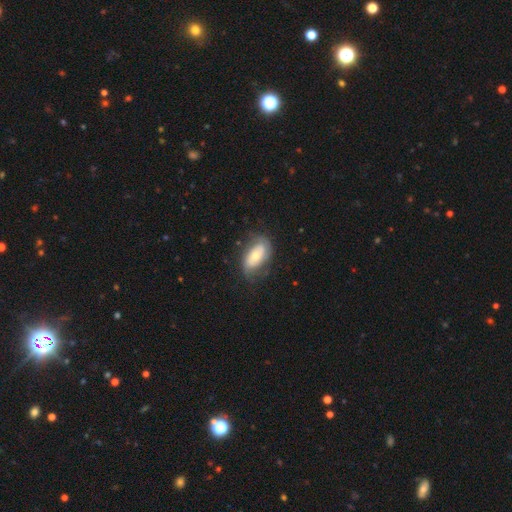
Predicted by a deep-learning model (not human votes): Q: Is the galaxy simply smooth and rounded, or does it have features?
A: featured or disk — 52%.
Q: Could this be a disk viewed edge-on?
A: no — 92%.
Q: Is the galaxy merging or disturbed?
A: none — 66%.